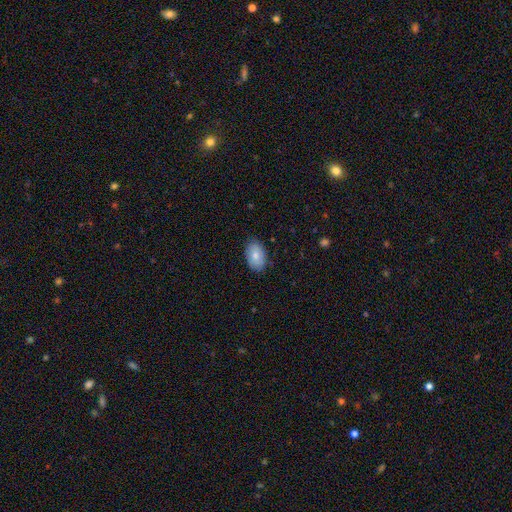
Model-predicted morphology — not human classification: Q: Smooth or featured?
A: smooth (81%); runner-up: featured or disk (12%)
Q: How rounded?
A: in between (91%); runner-up: round (8%)
Q: Merging?
A: none (84%); runner-up: minor disturbance (13%)